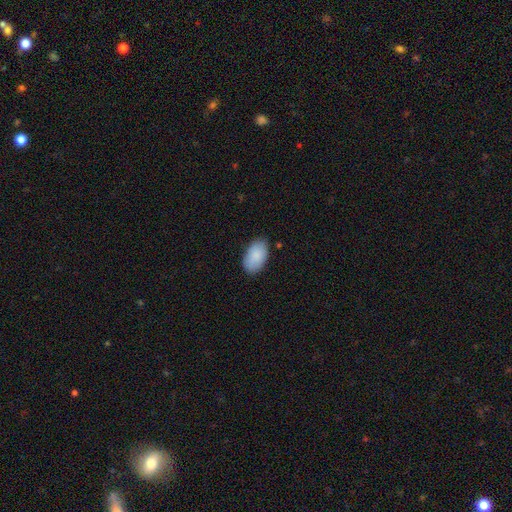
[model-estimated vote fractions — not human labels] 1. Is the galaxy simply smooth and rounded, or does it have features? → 89% smooth, 6% star or artifact, 5% featured or disk.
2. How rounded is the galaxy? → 94% in between, 4% round, 1% cigar-shaped.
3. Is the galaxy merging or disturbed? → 82% none, 14% minor disturbance, 3% major disturbance, 1% merger.